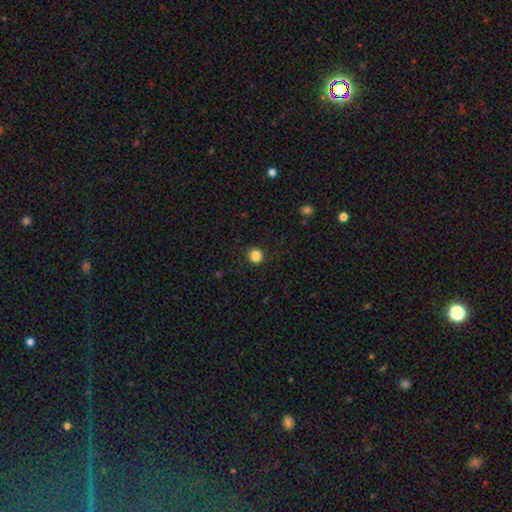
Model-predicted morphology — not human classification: smooth-or-featured: smooth: 84% | star or artifact: 12% | featured or disk: 3%
  how-rounded: round: 78% | in between: 21% | cigar-shaped: 1%
  merging: none: 83% | minor disturbance: 11% | major disturbance: 4% | merger: 3%